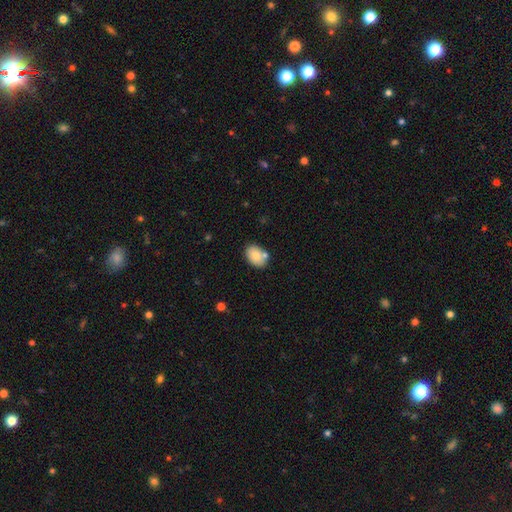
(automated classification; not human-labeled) The model was most divided on "merging": none: 68%, minor disturbance: 15%, merger: 13%, major disturbance: 3%. More confident: how rounded — in between (82%); smooth or featured — smooth (78%).